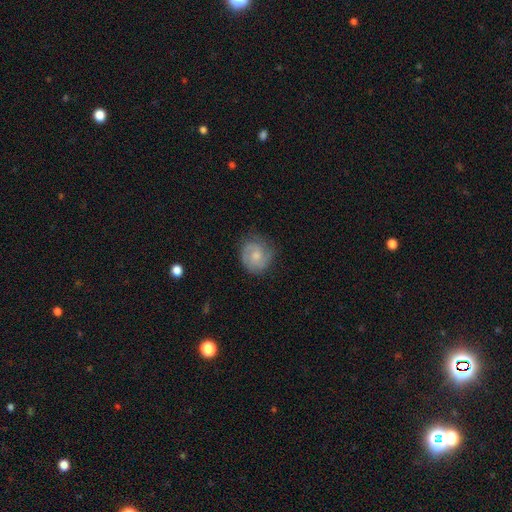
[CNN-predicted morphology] featured or disk 61%, smooth 32%, star or artifact 7%. Down the decision tree: edge-on disk — no (98%); bar — no (62%); spiral arms — yes (91%); spiral arm count — 2 (68%); spiral winding — tight (45%); bulge size — moderate (45%); merging — none (76%).